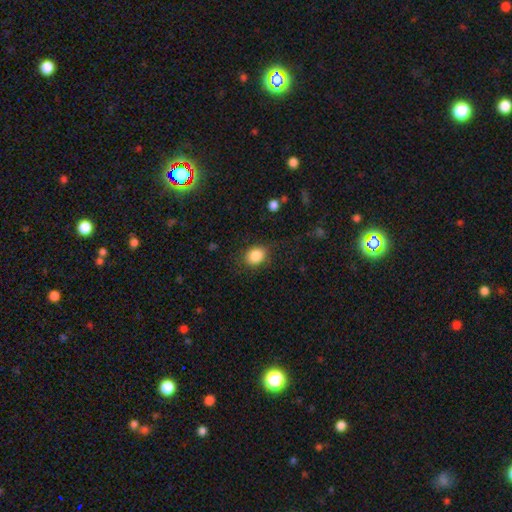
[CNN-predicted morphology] A smooth galaxy with no disk features (86%) that is in between round and cigar-shaped (51%). Merging: none (79%).